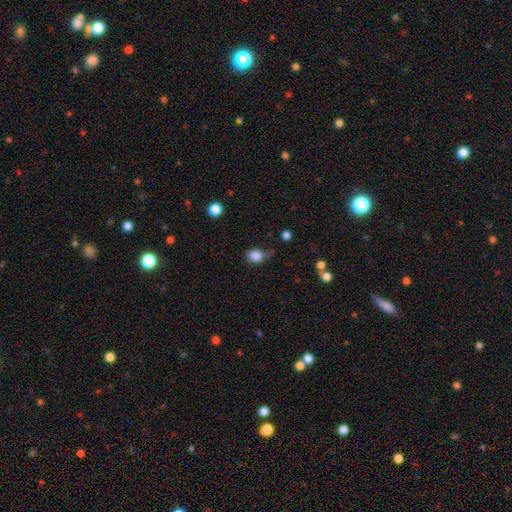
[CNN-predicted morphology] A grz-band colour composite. It shows a smooth galaxy with no disk features (85%) that is round (52%). Merging: none (48%).